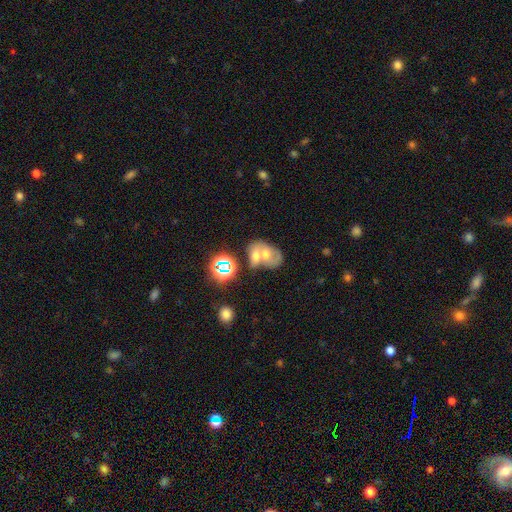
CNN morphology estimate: This appears to be a smooth galaxy with no disk features (49%). Merging: merger (64%).